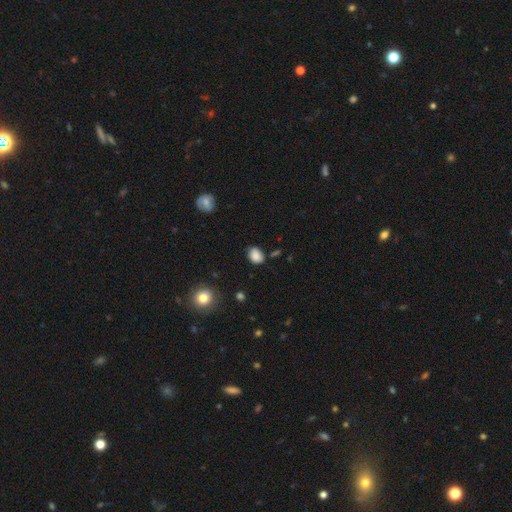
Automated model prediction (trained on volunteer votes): Smooth or featured: smooth — 85% (star or artifact — 9%)
How rounded: in between — 66% (round — 33%)
Merging: none — 72% (minor disturbance — 20%)